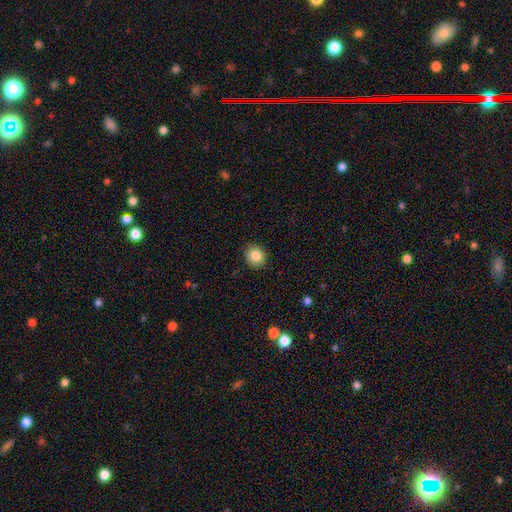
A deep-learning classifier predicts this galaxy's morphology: A smooth galaxy with no disk features (84%) that is round (77%).

Vote fractions:
- Smooth or featured? smooth: 84% / star or artifact: 9% / featured or disk: 7%
- How rounded? round: 77% / in between: 22% / cigar-shaped: 1%
- Merging? none: 90% / minor disturbance: 7% / major disturbance: 2% / merger: 1%